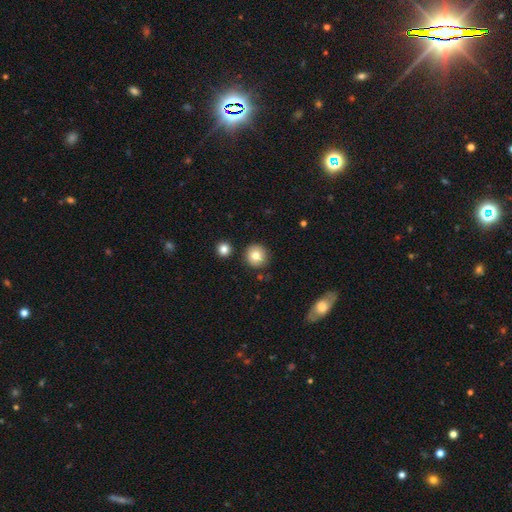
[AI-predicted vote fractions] Smooth or featured?
  - smooth: 82% *
  - star or artifact: 9%
  - featured or disk: 9%
How rounded?
  - round: 94% *
  - in between: 5%
  - cigar-shaped: 1%
Merging?
  - none: 88% *
  - minor disturbance: 7%
  - merger: 4%
  - major disturbance: 2%